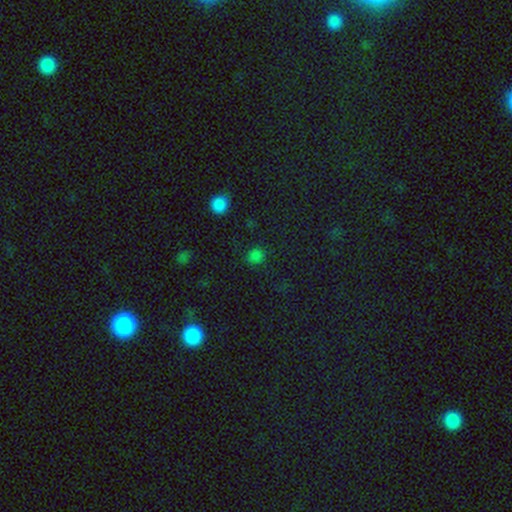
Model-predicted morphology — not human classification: Smooth or featured? Predicted: smooth (p=0.72). How rounded? Predicted: round (p=0.82). Merging? Predicted: none (p=0.82).